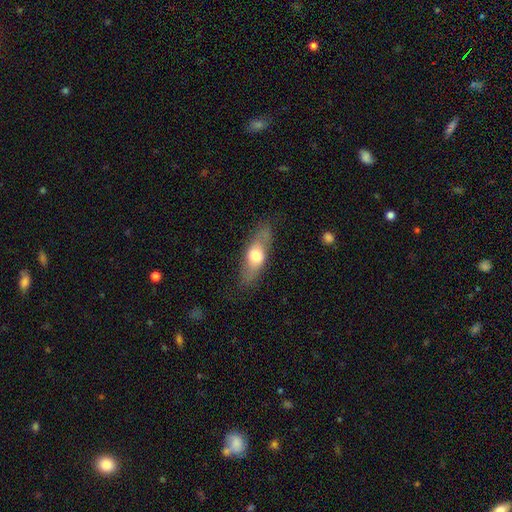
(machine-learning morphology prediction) type=smooth (57%); roundness=in between (58%); merging=none (78%).